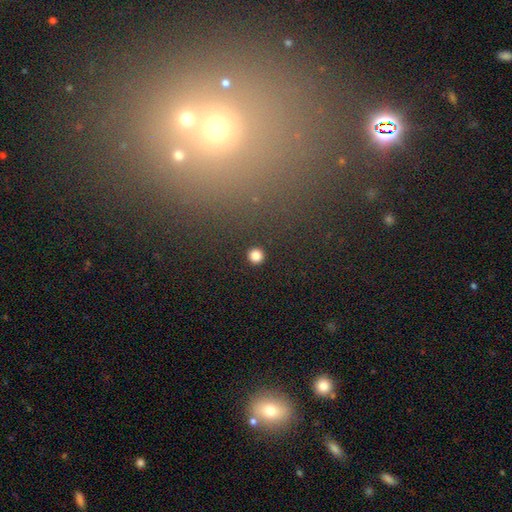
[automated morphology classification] The model was most divided on "smooth or featured": smooth: 83%, star or artifact: 13%, featured or disk: 4%. More confident: how rounded — round (95%); merging — none (92%).